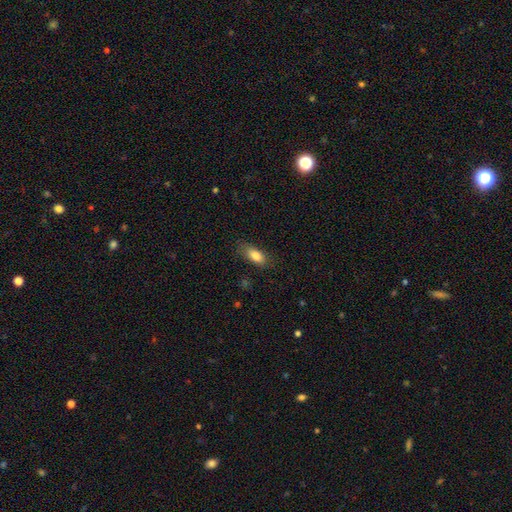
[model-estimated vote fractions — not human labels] This appears to be a smooth galaxy with no disk features (82%) that is in between round and cigar-shaped (82%). Merging: none (80%).